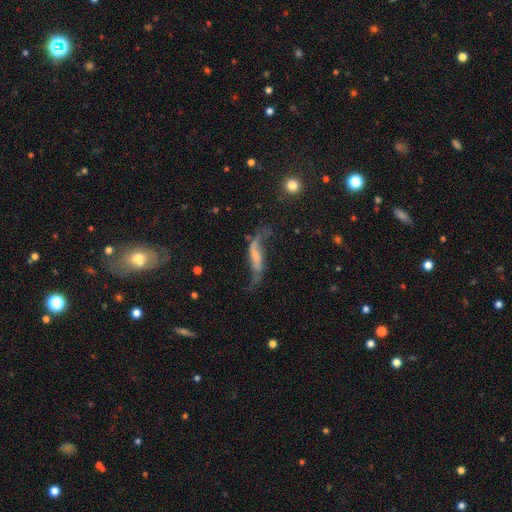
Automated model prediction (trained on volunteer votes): smooth_or_featured: featured or disk (p=0.78) [alt: smooth p=0.14]
disk_edge_on: no (p=0.84) [alt: yes p=0.16]
bar: weak (p=0.35) [alt: no p=0.34]
has_spiral_arms: yes (p=0.90) [alt: no p=0.10]
spiral_winding: loose (p=0.94) [alt: medium p=0.04]
spiral_arm_count: 2 (p=0.90) [alt: 1 p=0.05]
bulge_size: none (p=0.45) [alt: small p=0.33]
merging: none (p=0.53) [alt: major disturbance p=0.22]